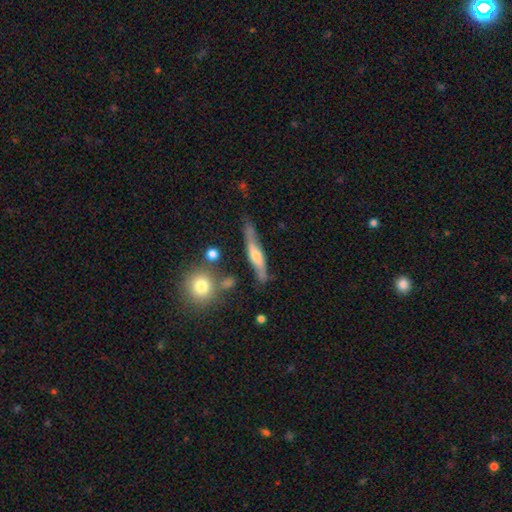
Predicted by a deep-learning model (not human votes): Overall: featured or disk (60%; smooth 33%). Edge-on disk: yes (74%). Merging: none (61%; minor disturbance 24%).